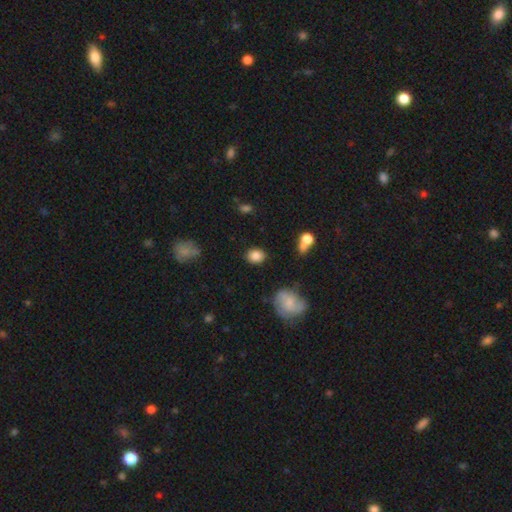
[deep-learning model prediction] smooth-or-featured: smooth: 85% | star or artifact: 9% | featured or disk: 6%
  how-rounded: round: 51% | in between: 47% | cigar-shaped: 1%
  merging: none: 83% | minor disturbance: 11% | major disturbance: 3% | merger: 3%